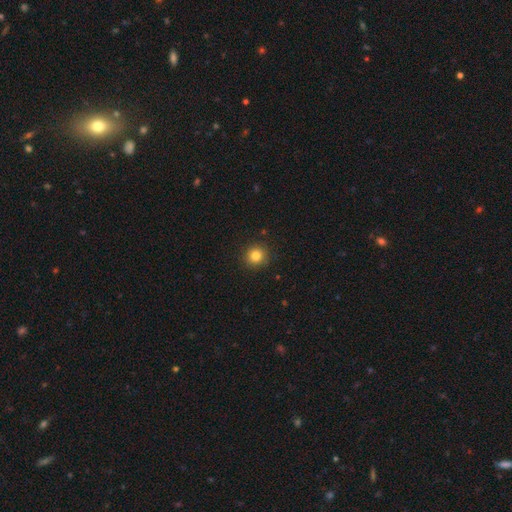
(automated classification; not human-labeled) Overall: smooth (82%). How rounded: round (93%). Merging: none (91%).